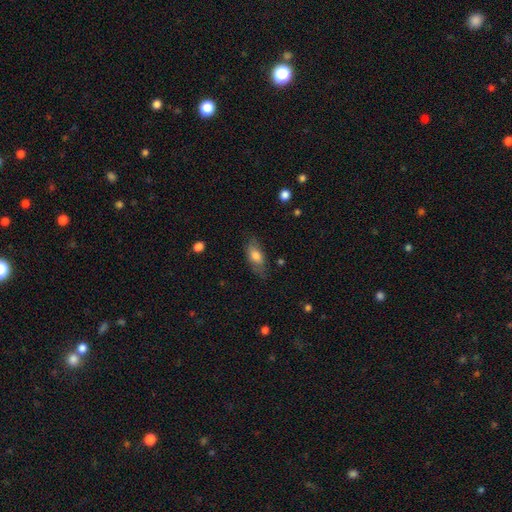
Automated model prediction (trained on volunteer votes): Smooth or featured: smooth — 71% (featured or disk — 22%)
How rounded: in between — 82% (cigar-shaped — 13%)
Merging: none — 69% (minor disturbance — 22%)